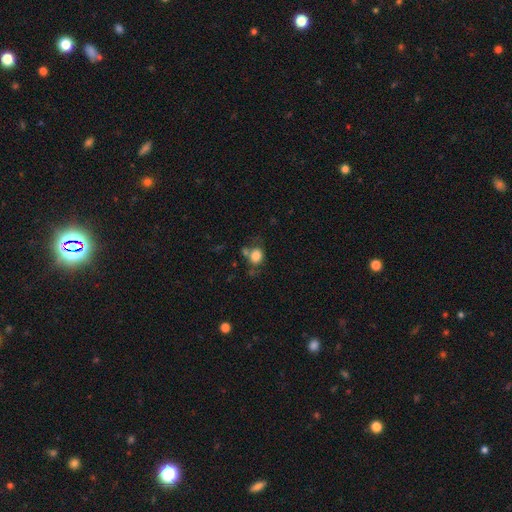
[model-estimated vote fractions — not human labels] Smooth or featured? Predicted: smooth (p=0.81). How rounded? Predicted: round (p=0.61). Merging? Predicted: none (p=0.53).